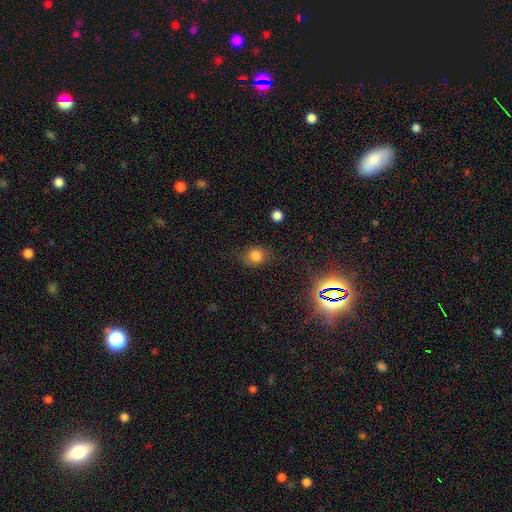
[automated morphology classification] A smooth galaxy with no disk features (78%) that is round (67%). Merging: none (74%).